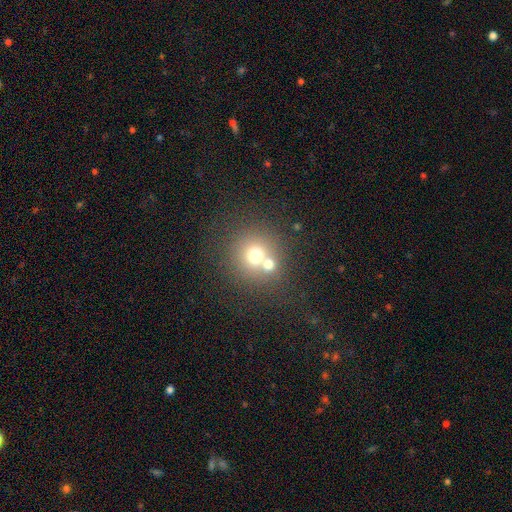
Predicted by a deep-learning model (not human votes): Morphology: type=smooth (68%); roundness=round (89%); merging=merger (47%).